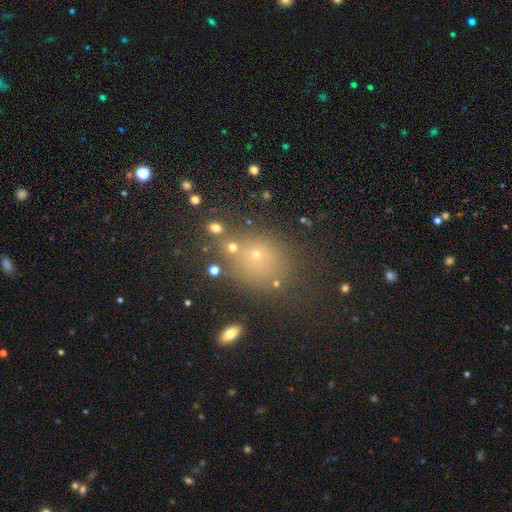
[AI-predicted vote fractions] Smooth or featured? Predicted: smooth (p=0.54). How rounded? Predicted: round (p=0.69). Merging? Predicted: none (p=0.73).